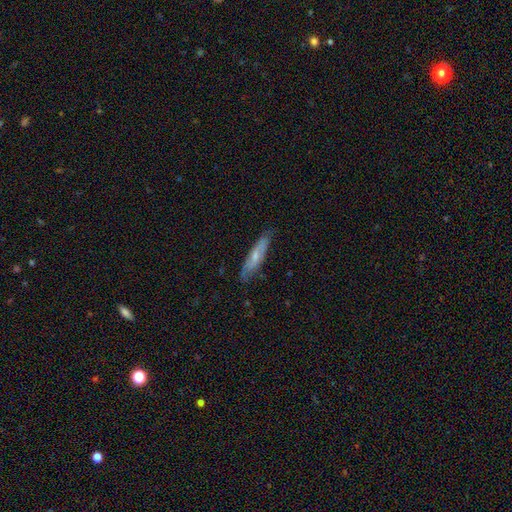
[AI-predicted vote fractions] smooth 48%, featured or disk 46%, star or artifact 6%. Down the decision tree: merging — none (78%).